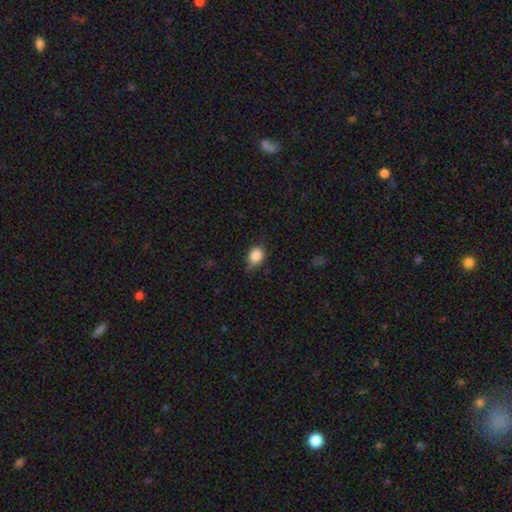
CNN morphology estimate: Smooth or featured?
  - smooth: 85% *
  - star or artifact: 9%
  - featured or disk: 5%
How rounded?
  - in between: 51% *
  - round: 47%
  - cigar-shaped: 1%
Merging?
  - none: 57% *
  - minor disturbance: 35%
  - major disturbance: 7%
  - merger: 2%